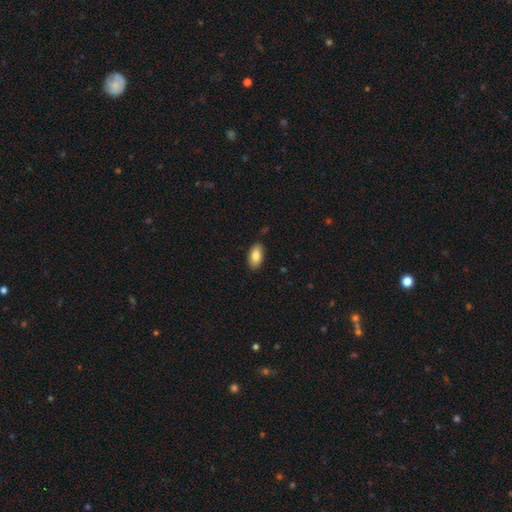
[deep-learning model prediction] This appears to be a smooth galaxy with no disk features (83%) that is in between round and cigar-shaped (93%). Merging: none (86%).